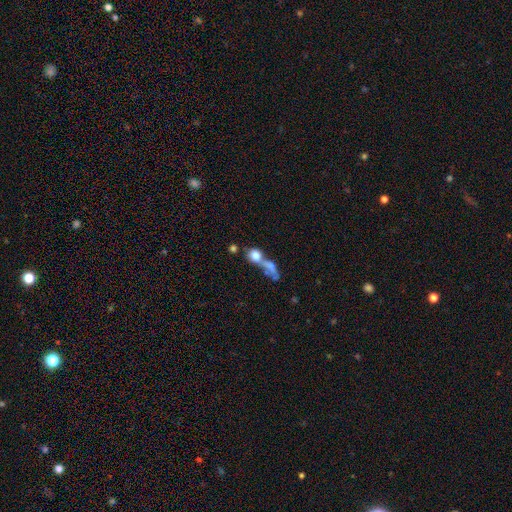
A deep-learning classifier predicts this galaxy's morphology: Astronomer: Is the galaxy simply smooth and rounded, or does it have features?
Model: smooth — 70%.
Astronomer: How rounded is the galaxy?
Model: round — 63%.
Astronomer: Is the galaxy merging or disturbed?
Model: merger — 57%.